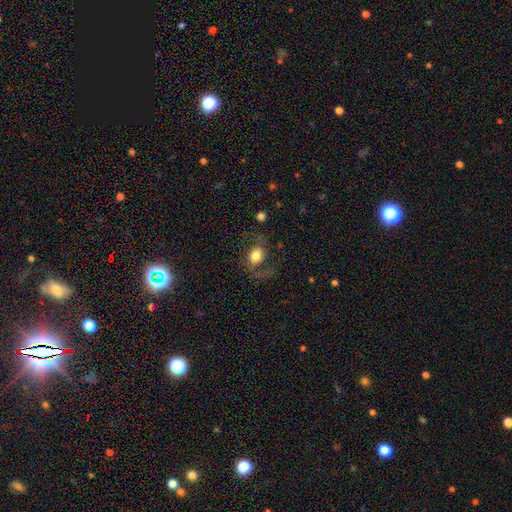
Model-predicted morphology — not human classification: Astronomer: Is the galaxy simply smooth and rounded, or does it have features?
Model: featured or disk — 54% (runner-up: smooth, 37%).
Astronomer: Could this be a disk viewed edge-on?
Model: no — 96%.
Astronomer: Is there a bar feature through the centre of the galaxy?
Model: no — 63%.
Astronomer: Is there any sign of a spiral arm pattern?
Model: yes — 84%.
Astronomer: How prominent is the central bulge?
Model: moderate — 44% (runner-up: large, 40%).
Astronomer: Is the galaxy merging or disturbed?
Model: none — 65%.